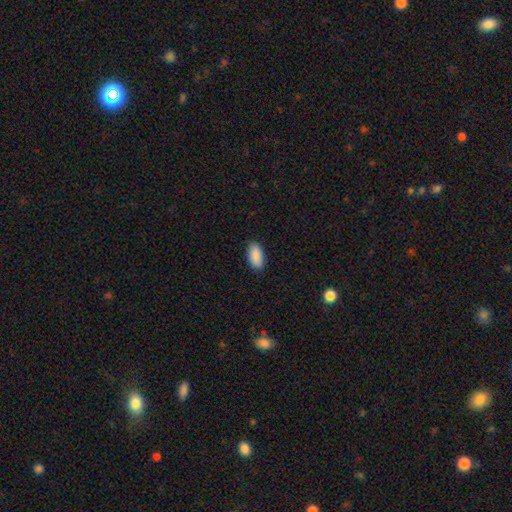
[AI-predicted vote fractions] A smooth galaxy with no disk features (91%) that is in between round and cigar-shaped (94%). Merging: none (88%).